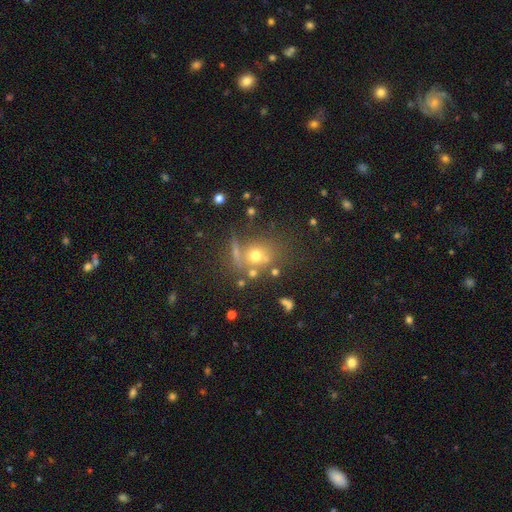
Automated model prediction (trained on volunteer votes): smooth 56%, star or artifact 24%, featured or disk 20%. Down the decision tree: how rounded — round (72%); merging — none (58%).